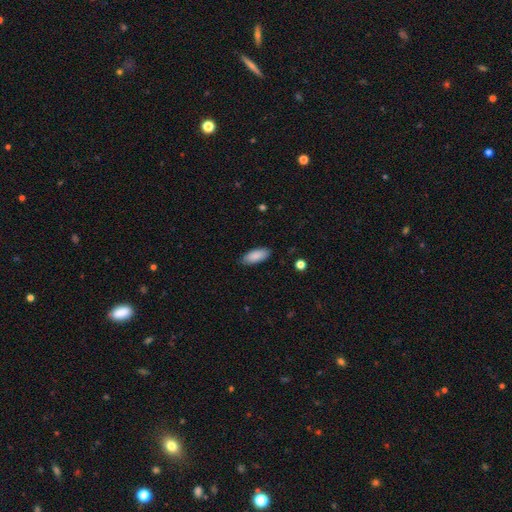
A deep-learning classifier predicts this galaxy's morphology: smooth_or_featured: smooth (p=0.89) [alt: star or artifact p=0.06]
how_rounded: in between (p=0.85) [alt: cigar-shaped p=0.13]
merging: none (p=0.87) [alt: minor disturbance p=0.10]